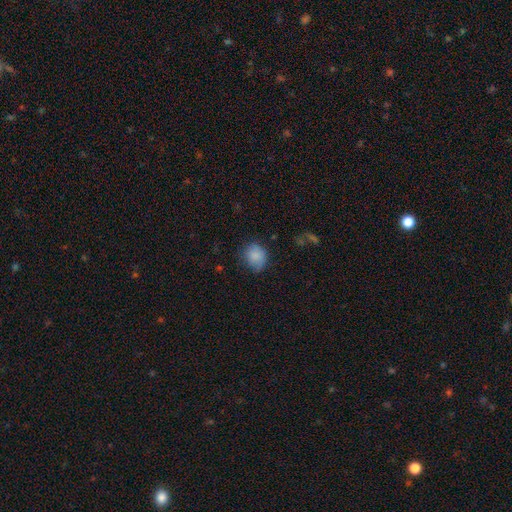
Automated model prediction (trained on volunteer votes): Smooth or featured: smooth — 85% (star or artifact — 9%)
How rounded: round — 67% (in between — 32%)
Merging: none — 70% (minor disturbance — 23%)